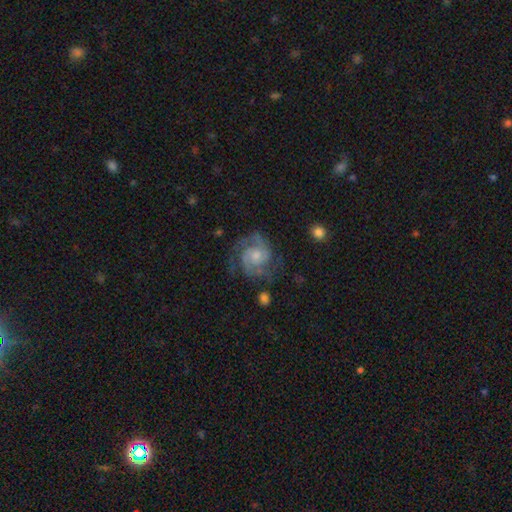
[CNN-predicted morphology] type=featured or disk (86%); edge-on=no (98%); bar=no (68%); spiral arms=yes (97%); winding=tight (46%); arm count=2 (55%); bulge=small (53%); merging=none (71%).